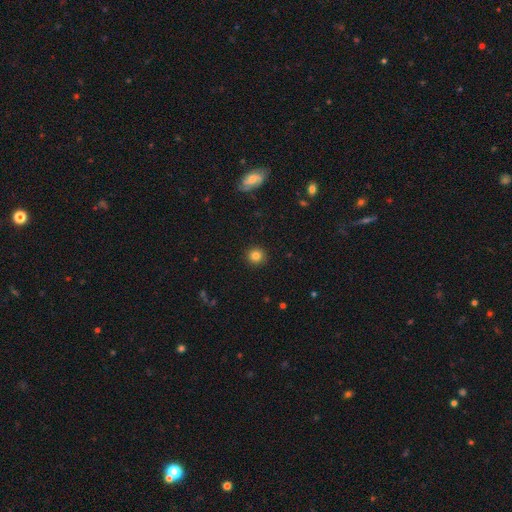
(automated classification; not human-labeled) Smooth or featured? smooth (83%)
How rounded? round (93%)
Merging? none (92%)